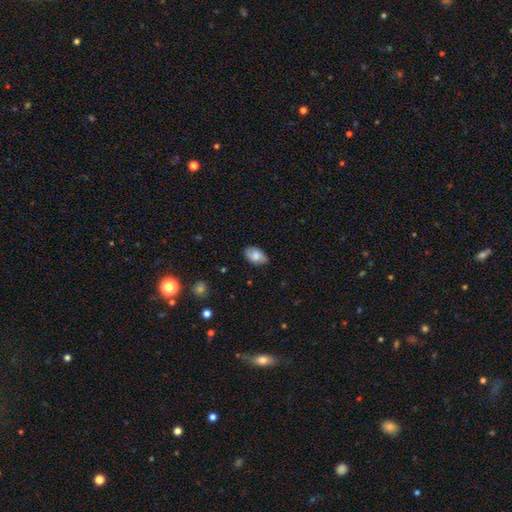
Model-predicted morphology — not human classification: type=smooth (74%); roundness=in between (90%); merging=none (77%).